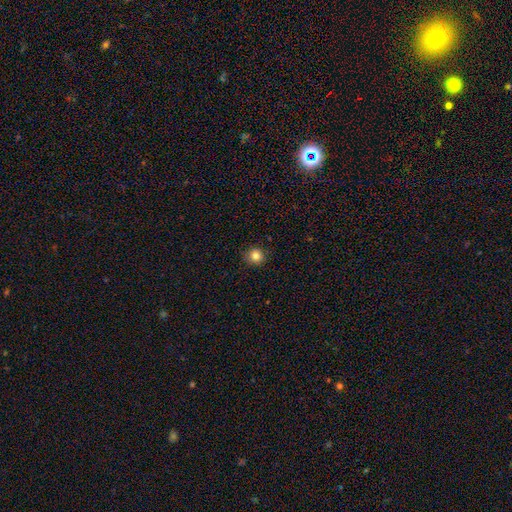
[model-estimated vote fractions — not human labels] smooth-or-featured: smooth: 83% | star or artifact: 12% | featured or disk: 5%
  how-rounded: round: 92% | in between: 7% | cigar-shaped: 1%
  merging: none: 90% | minor disturbance: 7% | major disturbance: 2% | merger: 1%